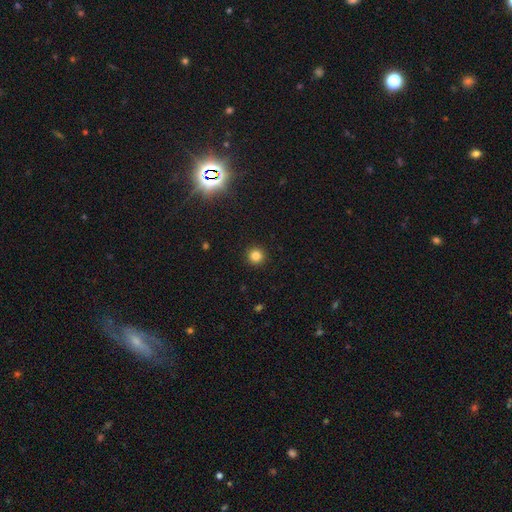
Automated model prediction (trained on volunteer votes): Smooth or featured? smooth (82%)
How rounded? round (96%)
Merging? none (93%)